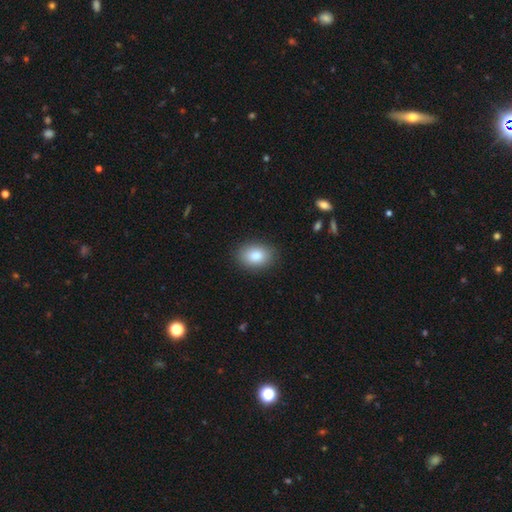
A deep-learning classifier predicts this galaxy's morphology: type=smooth (85%); roundness=in between (77%); merging=none (87%).